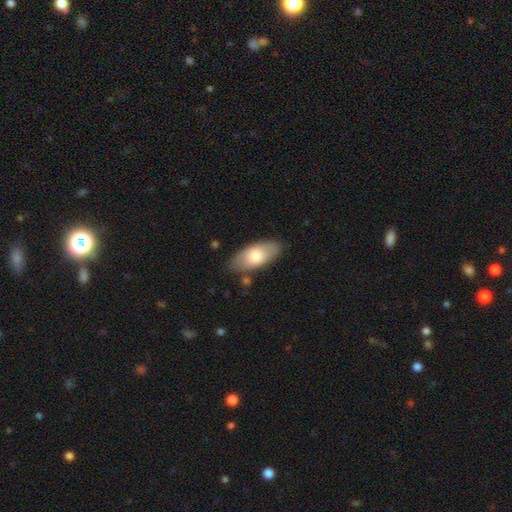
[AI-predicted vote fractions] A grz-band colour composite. It shows a smooth galaxy with no disk features (73%) that is in between round and cigar-shaped (89%). Merging: none (80%).